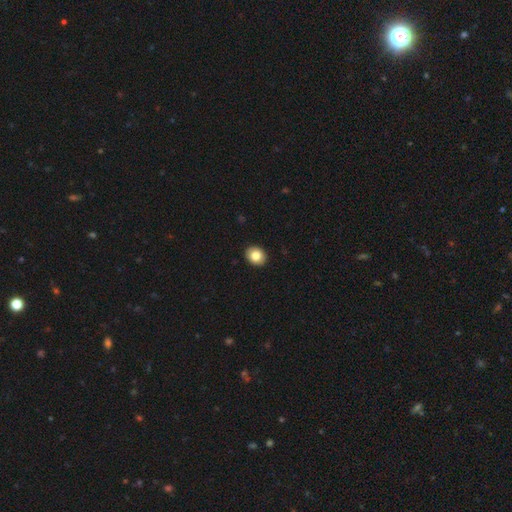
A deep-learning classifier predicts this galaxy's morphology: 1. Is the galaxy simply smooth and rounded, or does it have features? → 84% smooth, 8% star or artifact, 8% featured or disk.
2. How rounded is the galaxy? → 55% round, 44% in between, 1% cigar-shaped.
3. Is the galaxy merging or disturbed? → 92% none, 6% minor disturbance, 1% major disturbance, 1% merger.